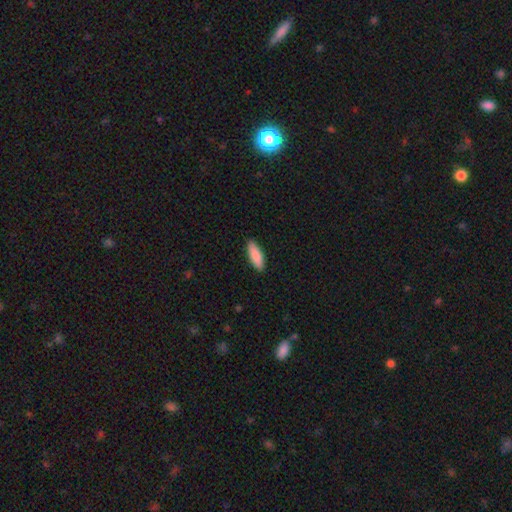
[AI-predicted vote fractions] A smooth galaxy with no disk features (89%) that is in between round and cigar-shaped (60%). Merging: none (90%).